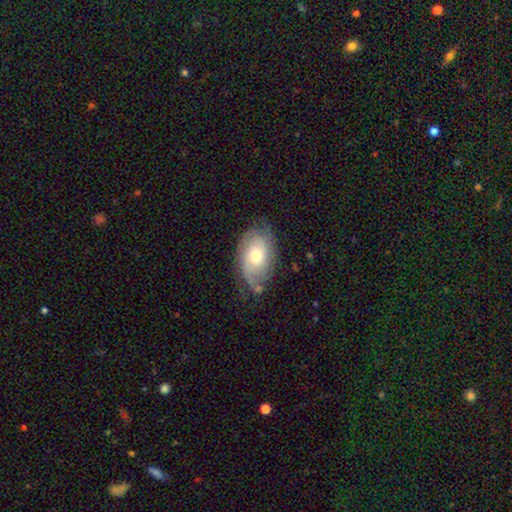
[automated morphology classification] Q: Smooth or featured?
A: featured or disk (53%); runner-up: smooth (40%)
Q: Edge-on disk?
A: no (92%); runner-up: yes (8%)
Q: Merging?
A: none (63%); runner-up: minor disturbance (26%)